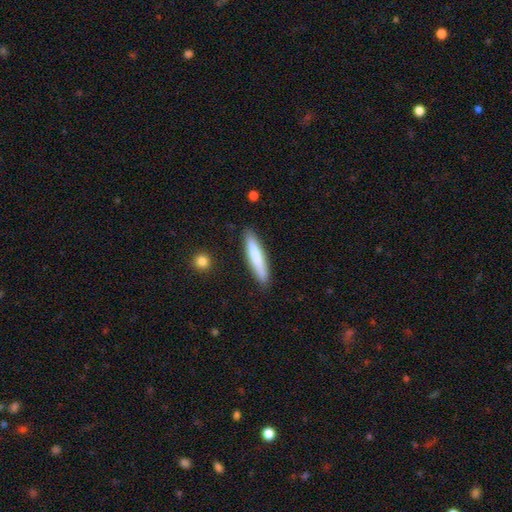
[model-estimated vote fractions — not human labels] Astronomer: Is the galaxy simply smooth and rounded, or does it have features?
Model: smooth — 71%.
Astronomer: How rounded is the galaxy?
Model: cigar-shaped — 88%.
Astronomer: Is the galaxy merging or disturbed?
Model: none — 88%.